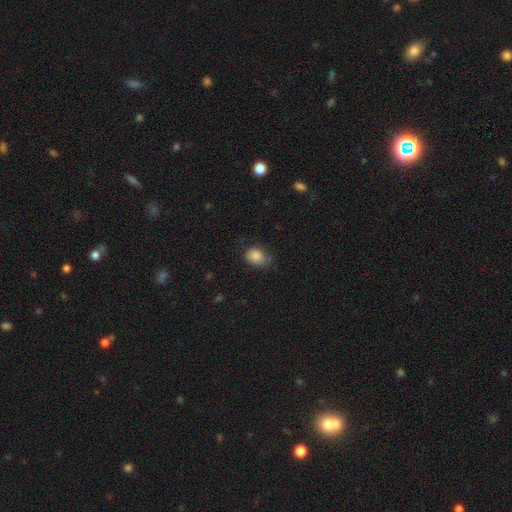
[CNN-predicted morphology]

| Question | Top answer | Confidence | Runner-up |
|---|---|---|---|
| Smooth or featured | smooth | 85% | star or artifact (9%) |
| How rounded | in between | 56% | round (43%) |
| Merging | none | 65% | minor disturbance (28%) |